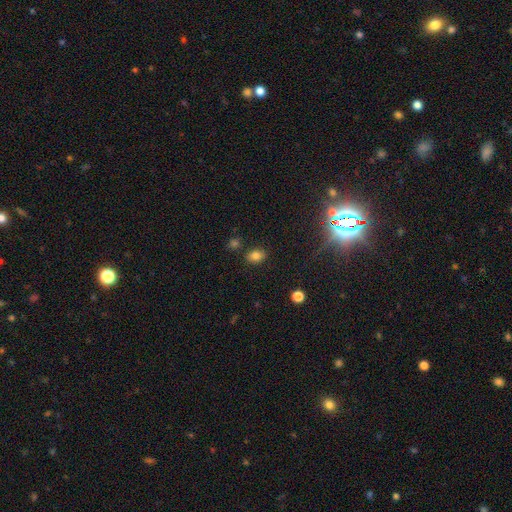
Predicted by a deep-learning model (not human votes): smooth_or_featured: smooth (p=0.79) [alt: star or artifact p=0.14]
how_rounded: in between (p=0.64) [alt: round p=0.35]
merging: none (p=0.81) [alt: minor disturbance p=0.11]